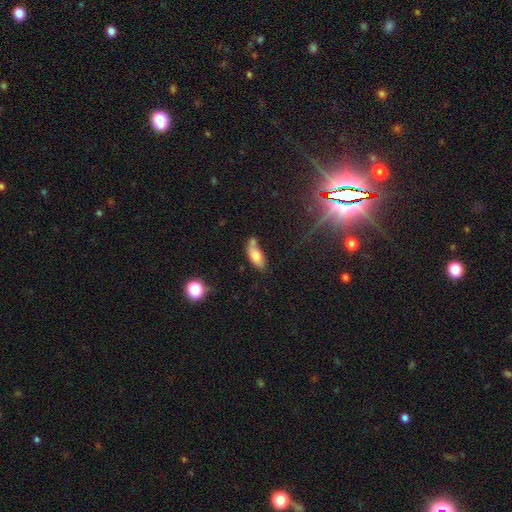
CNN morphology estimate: Smooth or featured: smooth — 73% (featured or disk — 18%)
How rounded: in between — 81% (cigar-shaped — 16%)
Merging: none — 49% (minor disturbance — 22%)